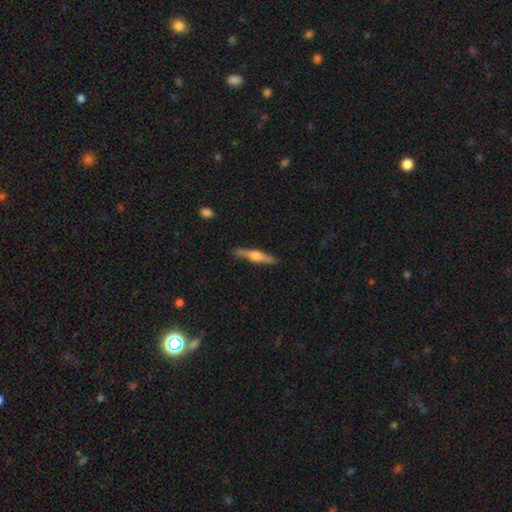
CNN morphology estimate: Q: Smooth or featured?
A: featured or disk (61%); runner-up: smooth (33%)
Q: Edge-on disk?
A: yes (97%); runner-up: no (3%)
Q: Edge-on bulge?
A: rounded (92%); runner-up: boxy (5%)
Q: Merging?
A: none (89%); runner-up: minor disturbance (8%)